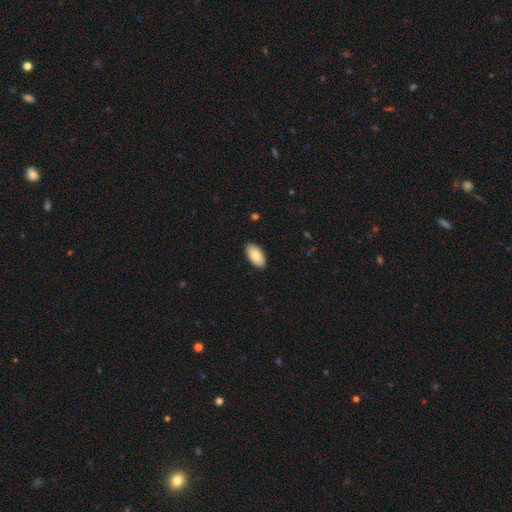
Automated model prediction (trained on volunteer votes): smooth-or-featured: smooth: 85% | featured or disk: 9% | star or artifact: 6%
  how-rounded: in between: 96% | round: 2% | cigar-shaped: 2%
  merging: none: 90% | minor disturbance: 7% | major disturbance: 2% | merger: 1%